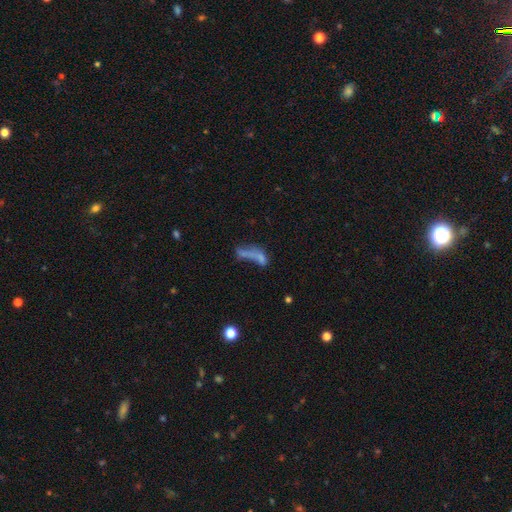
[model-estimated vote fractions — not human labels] Smooth or featured? Predicted: smooth (p=0.49). Merging? Predicted: merger (p=0.41).